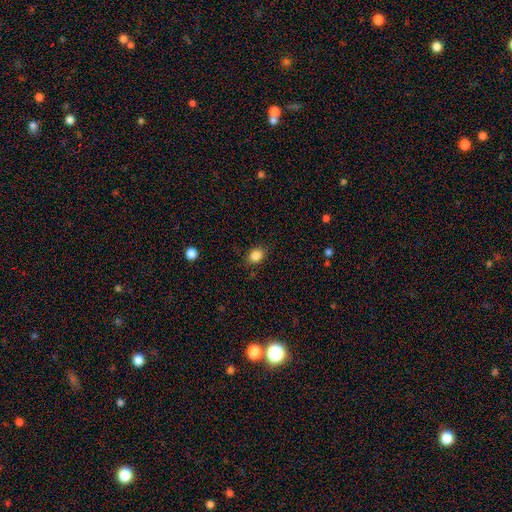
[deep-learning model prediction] smooth 86%, star or artifact 10%, featured or disk 4%. Down the decision tree: how rounded — in between (53%); merging — none (84%).